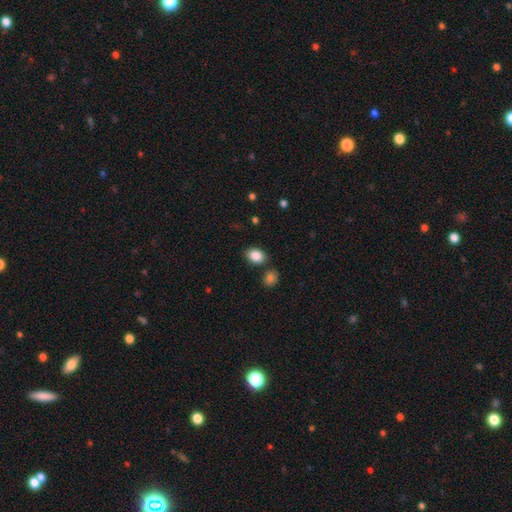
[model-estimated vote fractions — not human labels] smooth_or_featured: smooth (p=0.87) [alt: star or artifact p=0.08]
how_rounded: in between (p=0.78) [alt: round p=0.21]
merging: none (p=0.79) [alt: minor disturbance p=0.11]